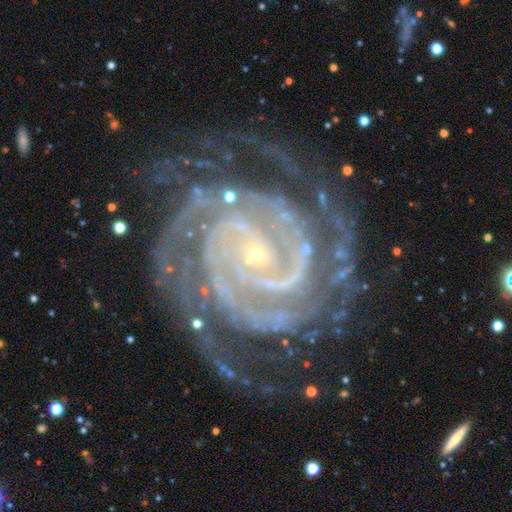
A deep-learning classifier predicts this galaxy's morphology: featured or disk 93%, star or artifact 5%, smooth 2%. Down the decision tree: edge-on disk — no (98%); bar — no (58%); spiral arms — yes (99%); spiral arm count — 2 (32%); spiral winding — tight (79%); bulge size — small (89%); merging — none (73%).